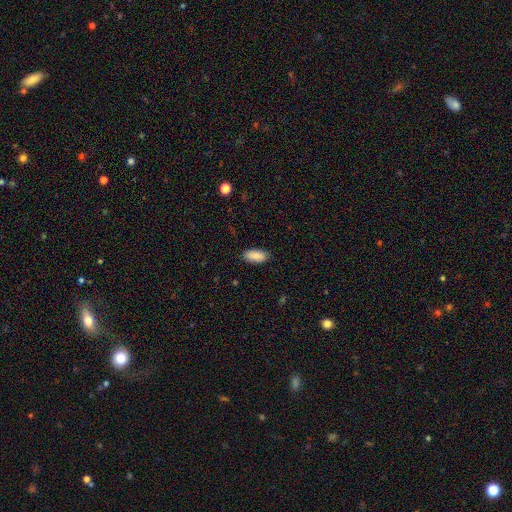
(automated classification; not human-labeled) smooth 88%, star or artifact 6%, featured or disk 6%. Down the decision tree: how rounded — in between (88%); merging — none (87%).